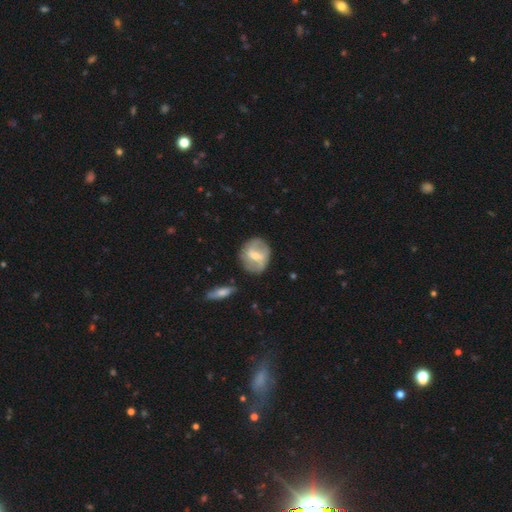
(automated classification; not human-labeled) Smooth or featured? featured or disk (60%)
Edge-on disk? no (95%)
Bar? weak (47%)
Spiral arms? yes (64%)
Bulge size? small (50%)
Merging? none (73%)